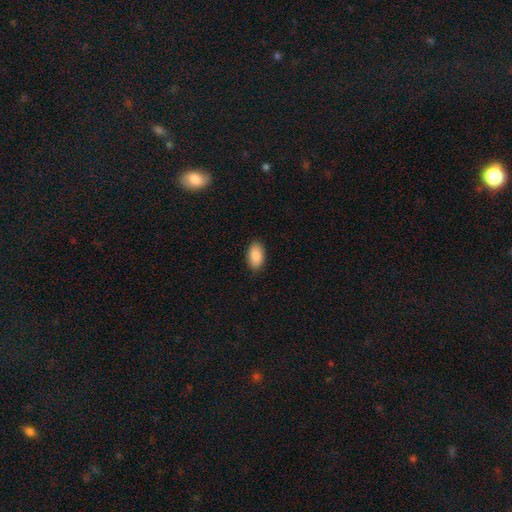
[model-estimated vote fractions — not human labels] Morphology: type=smooth (88%); roundness=in between (94%); merging=none (87%).